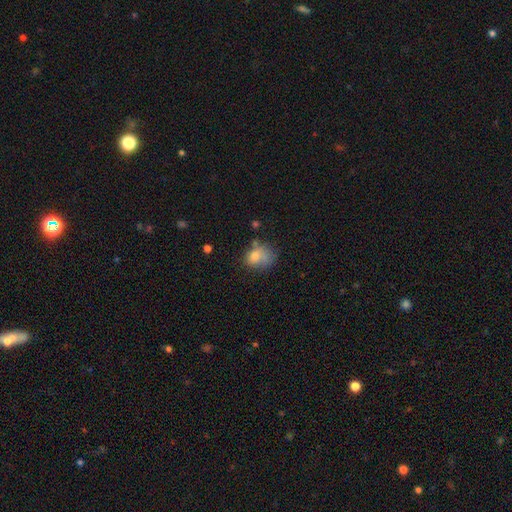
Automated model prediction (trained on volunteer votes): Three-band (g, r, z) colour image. It shows a smooth galaxy with no disk features (72%) that is in between round and cigar-shaped (53%). Merging: none (38%).